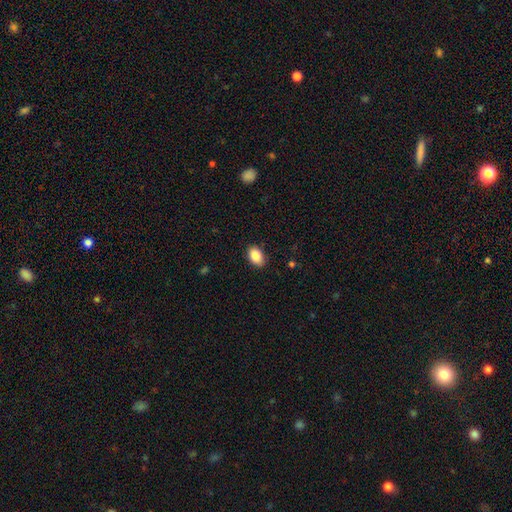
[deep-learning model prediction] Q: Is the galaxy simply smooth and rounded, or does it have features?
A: smooth — 87%.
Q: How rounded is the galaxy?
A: in between — 86%.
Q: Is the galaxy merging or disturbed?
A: none — 87%.